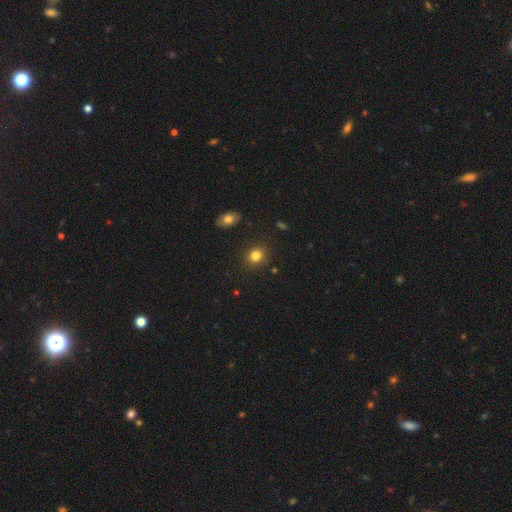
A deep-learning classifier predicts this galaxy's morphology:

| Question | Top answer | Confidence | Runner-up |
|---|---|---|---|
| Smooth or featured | smooth | 82% | star or artifact (12%) |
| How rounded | round | 76% | in between (23%) |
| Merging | none | 88% | minor disturbance (8%) |